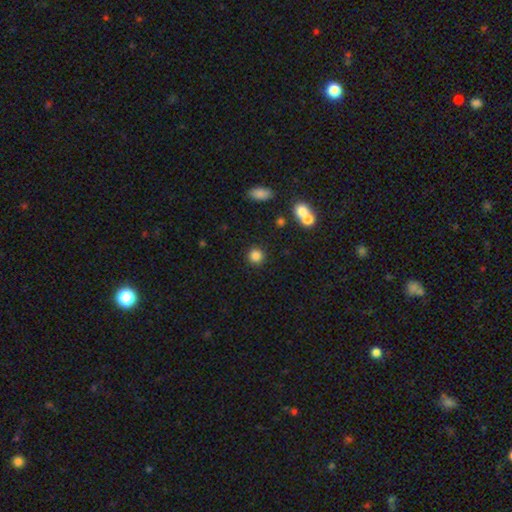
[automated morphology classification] A smooth galaxy with no disk features (84%) that is round (92%). Merging: none (88%).